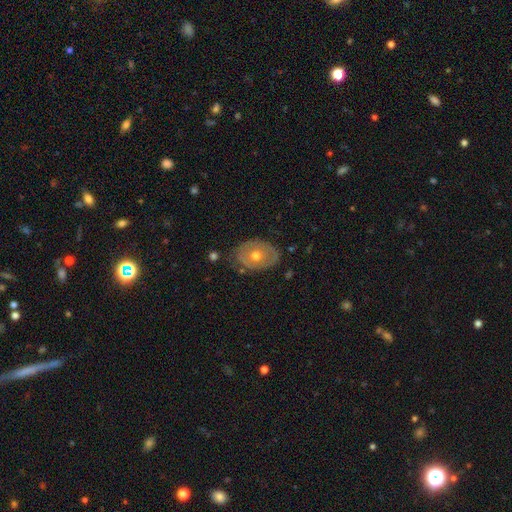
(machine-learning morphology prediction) Smooth or featured: featured or disk — 53% (smooth — 41%)
Edge-on disk: no — 92% (yes — 8%)
Merging: none — 75% (minor disturbance — 19%)